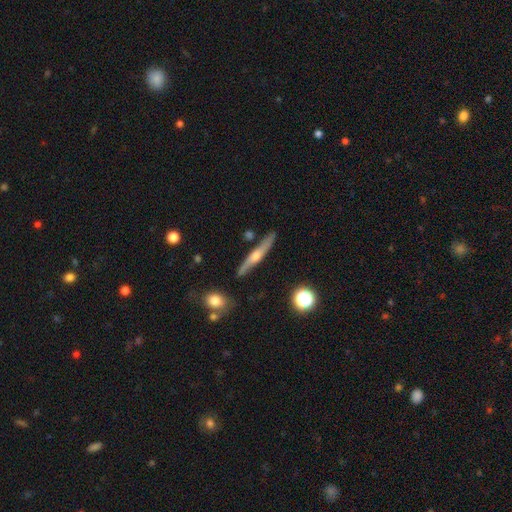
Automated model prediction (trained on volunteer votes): Smooth or featured? featured or disk (68%)
Edge-on disk? yes (95%)
Edge-on bulge? rounded (88%)
Merging? none (85%)